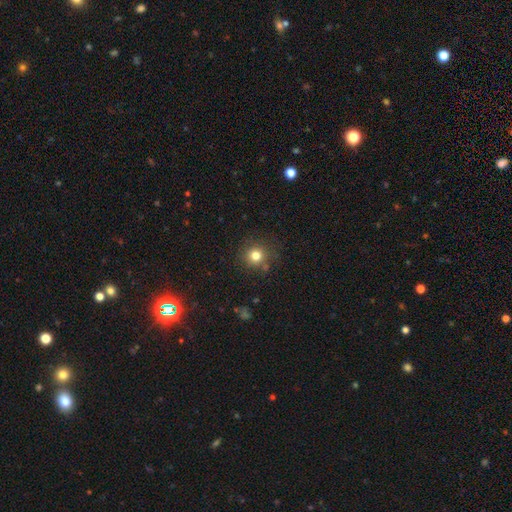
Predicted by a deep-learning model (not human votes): Smooth or featured? Predicted: smooth (p=0.79). How rounded? Predicted: round (p=0.92). Merging? Predicted: none (p=0.83).